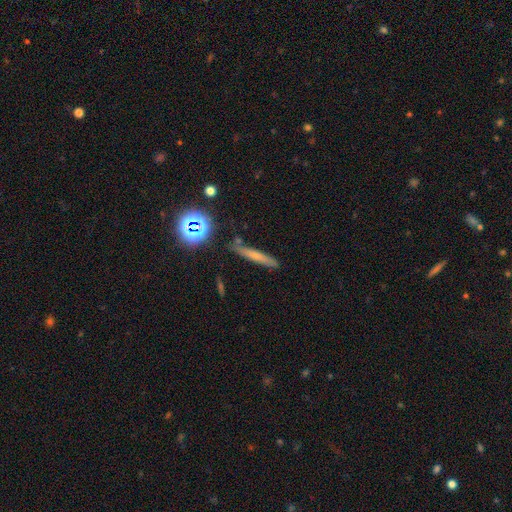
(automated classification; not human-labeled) This appears to be a smooth galaxy with no disk features (51%) that is cigar-shaped (89%). Merging: none (82%).